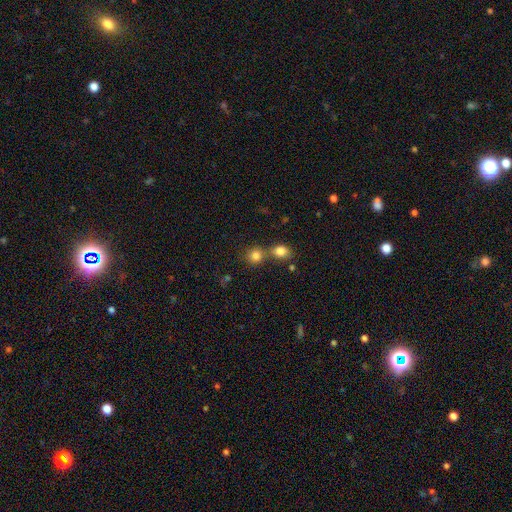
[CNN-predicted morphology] A smooth galaxy with no disk features (81%) that is round (80%).

Vote fractions:
- Smooth or featured? smooth: 81% / star or artifact: 12% / featured or disk: 7%
- How rounded? round: 80% / in between: 18% / cigar-shaped: 1%
- Merging? none: 49% / merger: 41% / minor disturbance: 7% / major disturbance: 3%